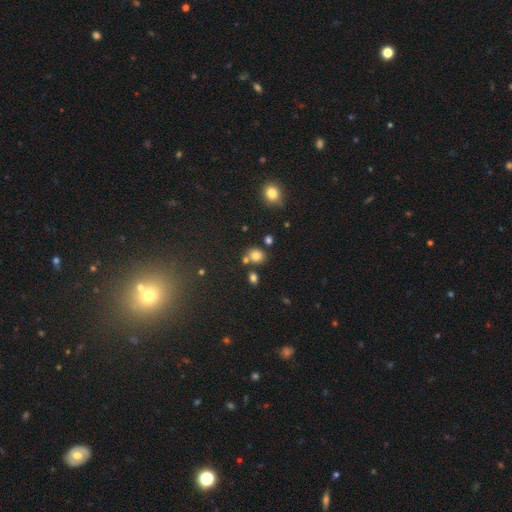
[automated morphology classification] smooth 78%, star or artifact 14%, featured or disk 8%. Down the decision tree: how rounded — round (73%); merging — none (67%).